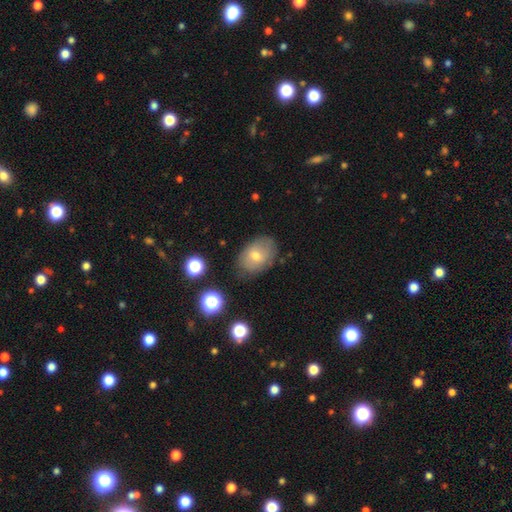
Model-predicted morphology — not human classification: Smooth or featured?
  - smooth: 62% *
  - featured or disk: 27%
  - star or artifact: 11%
How rounded?
  - in between: 79% *
  - round: 20%
  - cigar-shaped: 1%
Merging?
  - none: 77% *
  - minor disturbance: 17%
  - major disturbance: 5%
  - merger: 2%